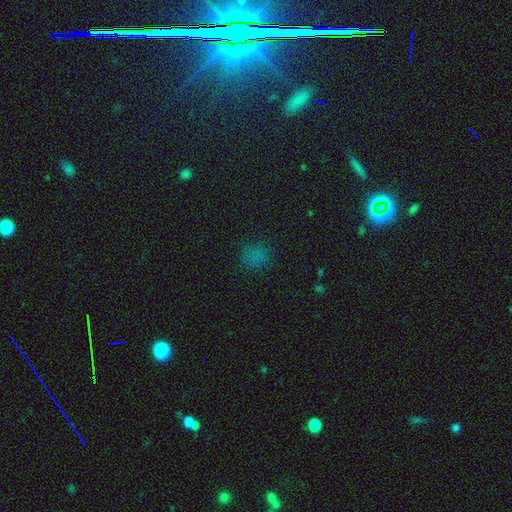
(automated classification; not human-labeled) Overall: smooth (69%). How rounded: round (78%). Merging: none (83%).